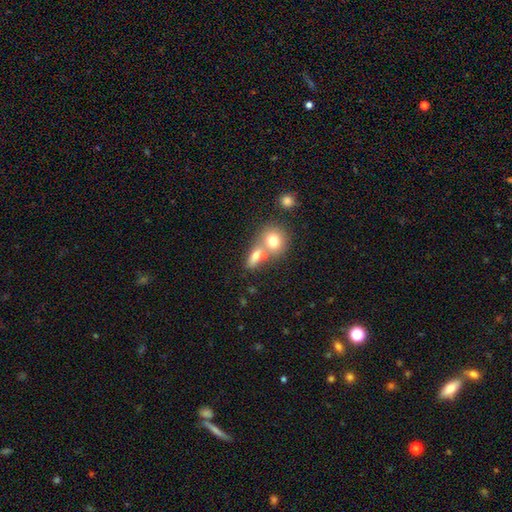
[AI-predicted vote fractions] smooth_or_featured: smooth (p=0.72) [alt: featured or disk p=0.18]
how_rounded: in between (p=0.49) [alt: round p=0.42]
merging: merger (p=0.52) [alt: none p=0.35]